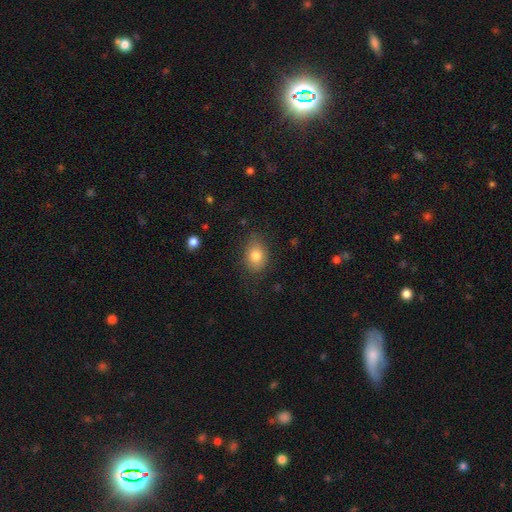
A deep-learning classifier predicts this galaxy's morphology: Smooth or featured? Predicted: smooth (p=0.81). How rounded? Predicted: in between (p=0.72). Merging? Predicted: none (p=0.74).